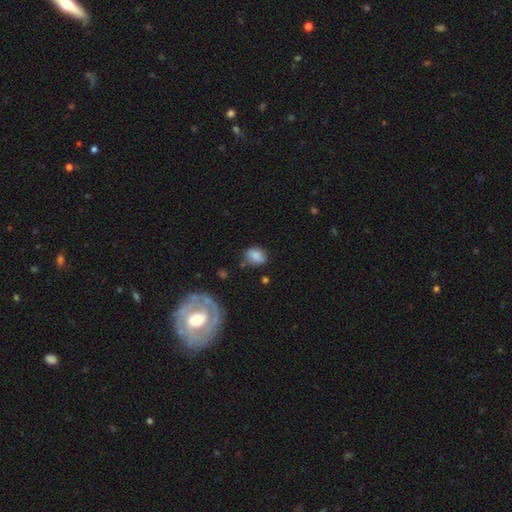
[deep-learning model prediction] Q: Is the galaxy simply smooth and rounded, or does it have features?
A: smooth — 81%.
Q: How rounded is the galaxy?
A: in between — 71%.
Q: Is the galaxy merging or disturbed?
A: none — 61%.